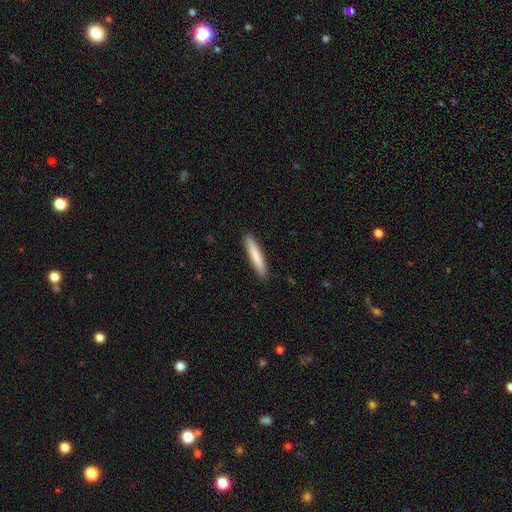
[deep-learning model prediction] A smooth galaxy with no disk features (78%) that is cigar-shaped (94%).

Vote fractions:
- Smooth or featured? smooth: 78% / featured or disk: 16% / star or artifact: 5%
- How rounded? cigar-shaped: 94% / in between: 5% / round: 1%
- Merging? none: 92% / minor disturbance: 6% / major disturbance: 1% / merger: 1%